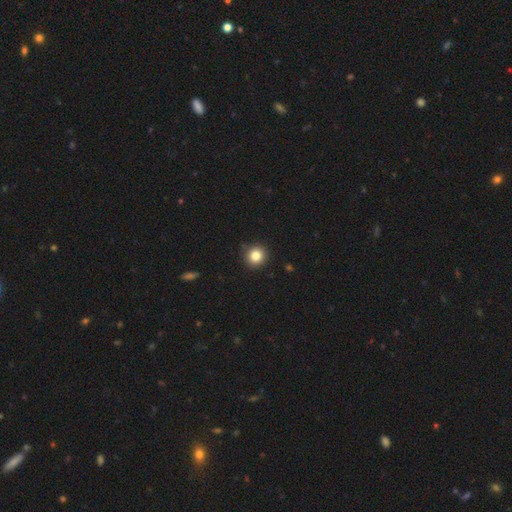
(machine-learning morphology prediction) A smooth galaxy with no disk features (84%) that is round (91%).

Vote fractions:
- Smooth or featured? smooth: 84% / star or artifact: 11% / featured or disk: 5%
- How rounded? round: 91% / in between: 8% / cigar-shaped: 1%
- Merging? none: 90% / minor disturbance: 7% / major disturbance: 2% / merger: 1%